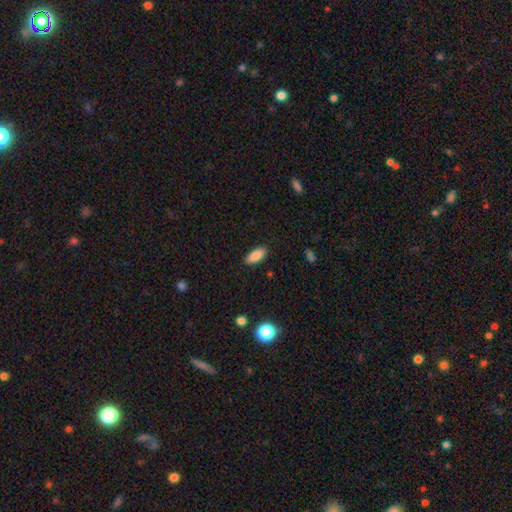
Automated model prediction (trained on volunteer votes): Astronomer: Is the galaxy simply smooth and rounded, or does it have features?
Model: smooth — 86%.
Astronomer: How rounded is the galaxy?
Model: in between — 81%.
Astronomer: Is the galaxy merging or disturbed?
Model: none — 88%.